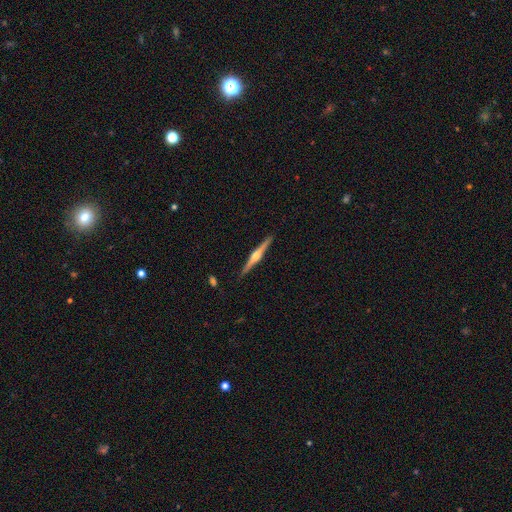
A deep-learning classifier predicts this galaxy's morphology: Q: Smooth or featured?
A: featured or disk (79%); runner-up: smooth (16%)
Q: Edge-on disk?
A: yes (99%); runner-up: no (1%)
Q: Edge-on bulge?
A: rounded (92%); runner-up: boxy (5%)
Q: Merging?
A: none (91%); runner-up: minor disturbance (7%)